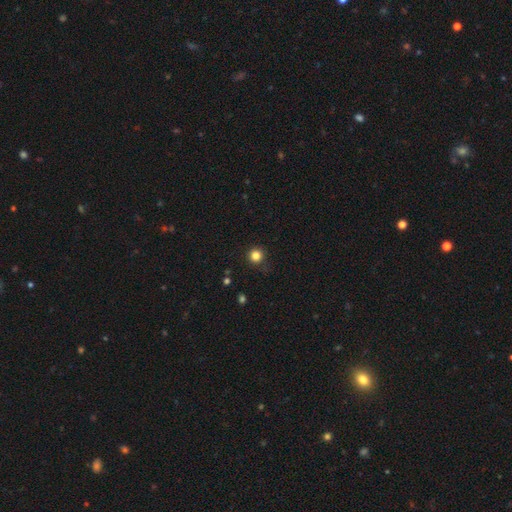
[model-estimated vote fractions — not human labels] Smooth or featured: smooth — 83% (star or artifact — 13%)
How rounded: round — 95% (in between — 4%)
Merging: none — 88% (minor disturbance — 8%)